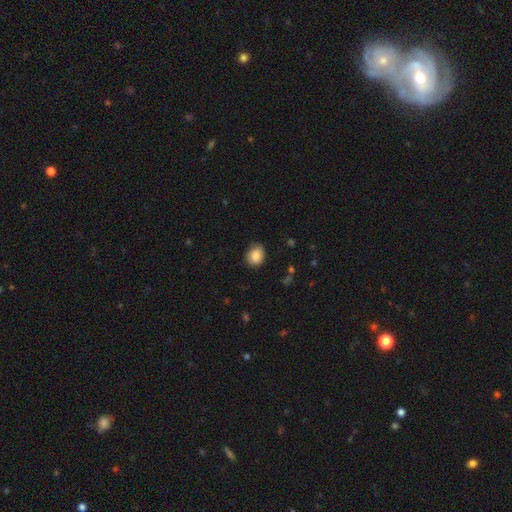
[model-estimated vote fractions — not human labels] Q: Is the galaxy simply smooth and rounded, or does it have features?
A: smooth — 88%.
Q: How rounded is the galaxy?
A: round — 54%.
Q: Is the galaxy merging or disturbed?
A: none — 80%.